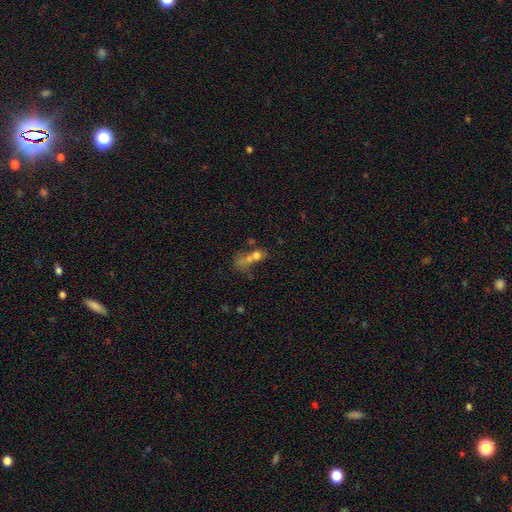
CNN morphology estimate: Smooth or featured?
  - smooth: 45% *
  - featured or disk: 29%
  - star or artifact: 25%
Merging?
  - merger: 36% *
  - none: 33%
  - major disturbance: 18%
  - minor disturbance: 12%